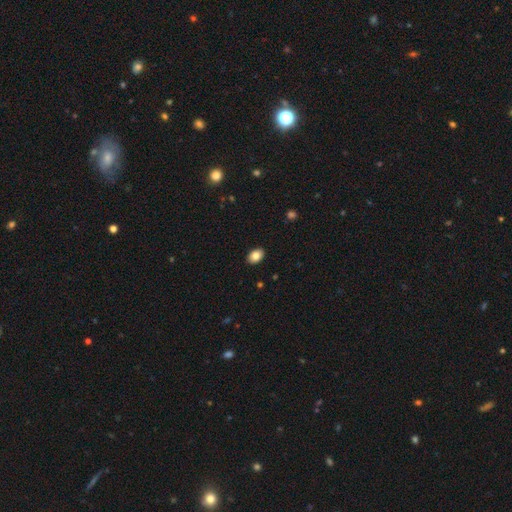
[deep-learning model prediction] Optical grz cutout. It shows a smooth galaxy with no disk features (85%) that is in between round and cigar-shaped (84%). Merging: none (90%).